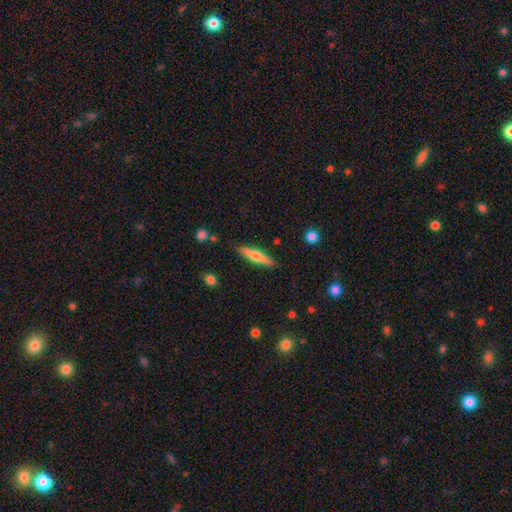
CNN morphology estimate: smooth-or-featured: smooth: 52% | featured or disk: 42% | star or artifact: 6%
  how-rounded: cigar-shaped: 83% | in between: 15% | round: 2%
  merging: none: 87% | minor disturbance: 9% | major disturbance: 2% | merger: 2%